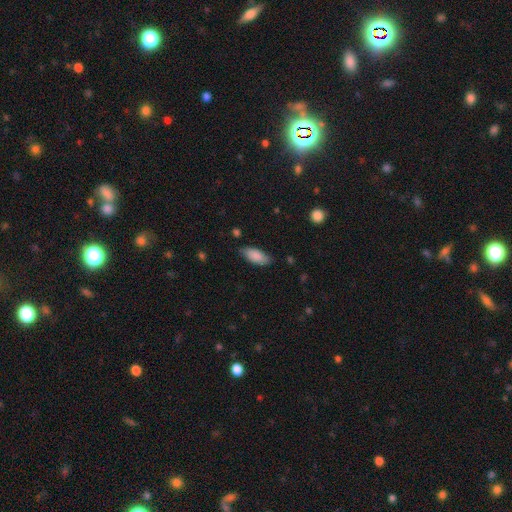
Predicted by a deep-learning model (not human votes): Smooth or featured? smooth (86%)
How rounded? in between (86%)
Merging? none (76%)